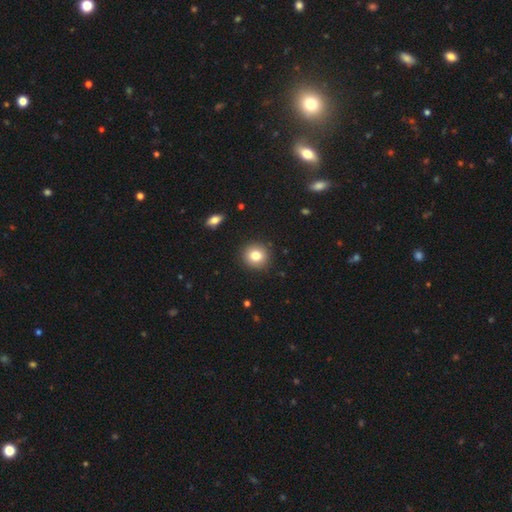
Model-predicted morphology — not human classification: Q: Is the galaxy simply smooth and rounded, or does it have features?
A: smooth — 80%.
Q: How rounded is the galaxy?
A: round — 90%.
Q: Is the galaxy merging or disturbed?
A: none — 90%.